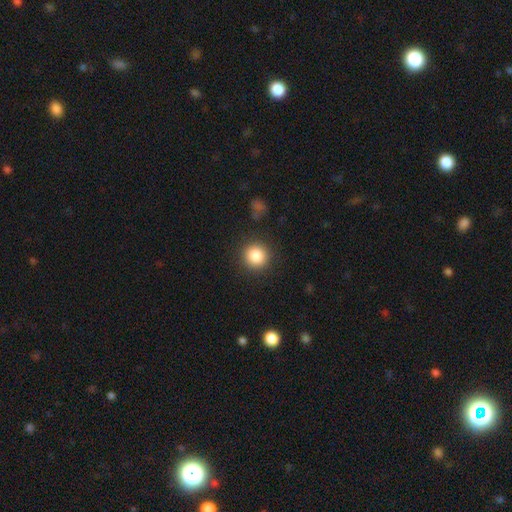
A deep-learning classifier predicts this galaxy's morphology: The model was most divided on "smooth or featured": smooth: 85%, star or artifact: 10%, featured or disk: 5%. More confident: how rounded — round (94%); merging — none (89%).